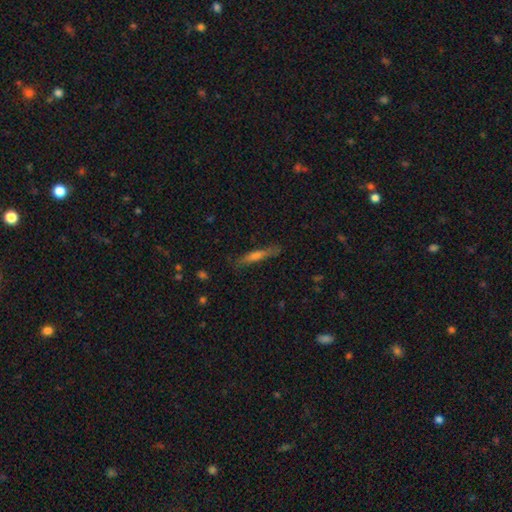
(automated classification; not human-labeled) Smooth or featured? Predicted: smooth (p=0.48). Merging? Predicted: none (p=0.81).